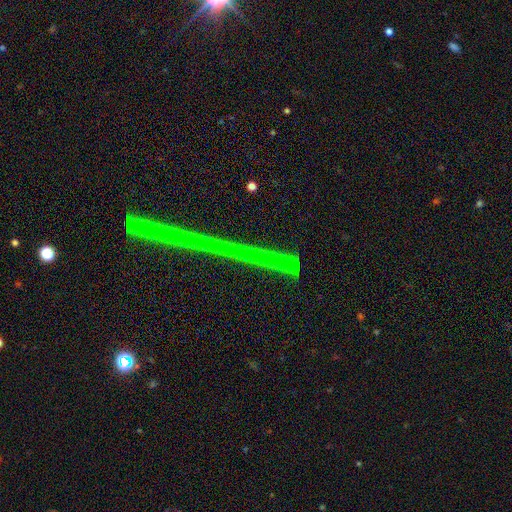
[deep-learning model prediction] Q: Smooth or featured?
A: star or artifact (82%); runner-up: featured or disk (12%)